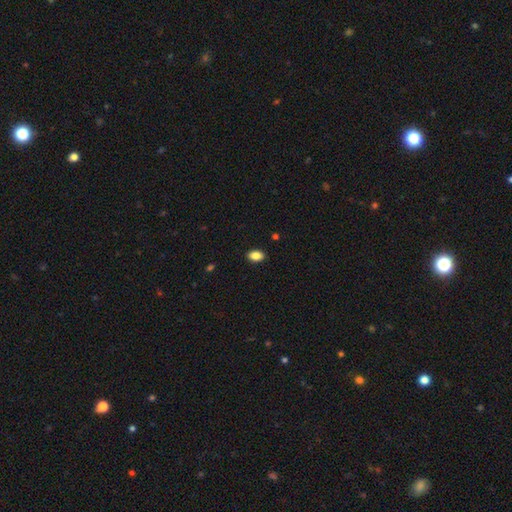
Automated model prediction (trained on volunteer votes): Overall: smooth (87%). How rounded: in between (86%). Merging: none (90%).